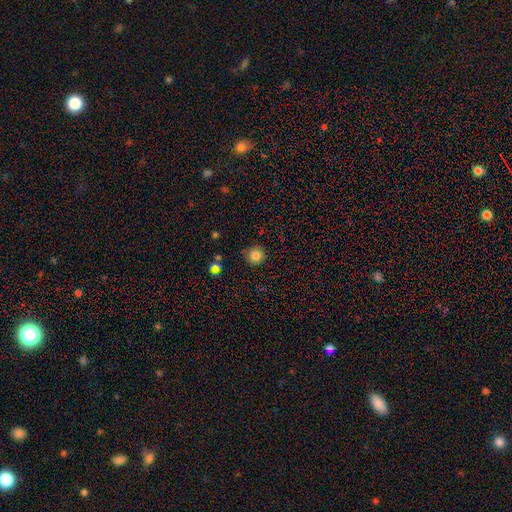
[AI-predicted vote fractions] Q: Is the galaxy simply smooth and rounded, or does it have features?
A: smooth — 82%.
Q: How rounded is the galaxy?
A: round — 93%.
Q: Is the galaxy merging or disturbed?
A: none — 86%.